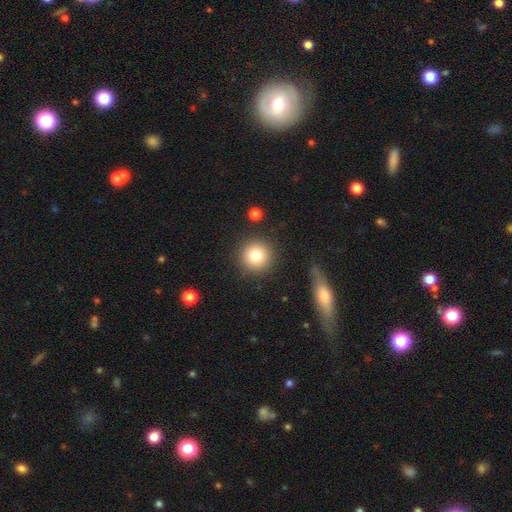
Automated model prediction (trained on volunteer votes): A smooth galaxy with no disk features (81%) that is round (94%). Merging: none (87%).